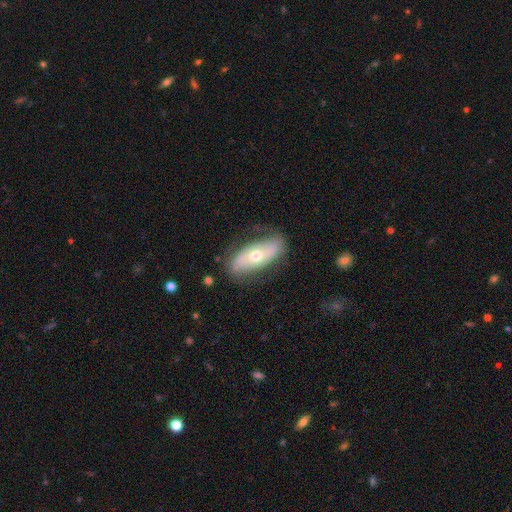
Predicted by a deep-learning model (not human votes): A featured or disk galaxy (52%). Merging: none (74%).